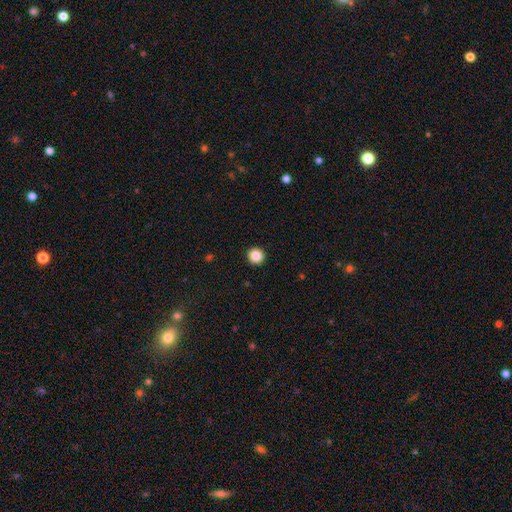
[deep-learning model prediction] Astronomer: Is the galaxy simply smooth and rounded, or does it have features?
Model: smooth — 87%.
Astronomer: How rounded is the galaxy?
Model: round — 95%.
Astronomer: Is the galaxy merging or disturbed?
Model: none — 93%.